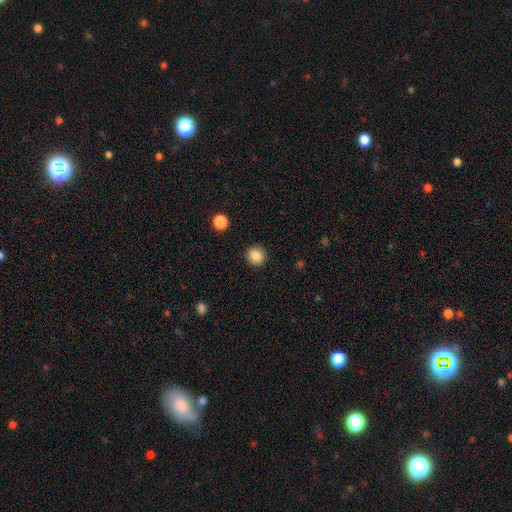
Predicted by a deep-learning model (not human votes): The model was most divided on "how rounded": round: 85%, in between: 14%, cigar-shaped: 1%. More confident: merging — none (91%); smooth or featured — smooth (86%).